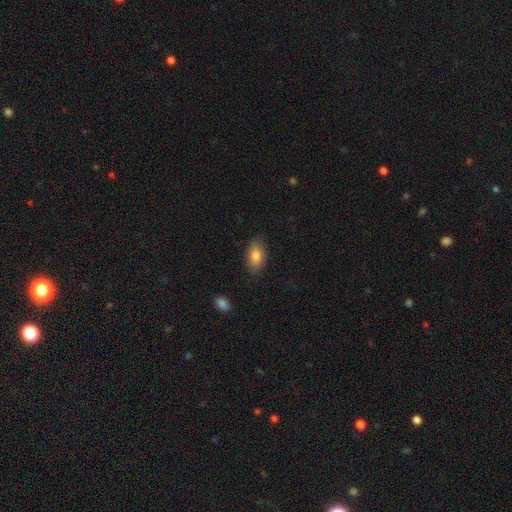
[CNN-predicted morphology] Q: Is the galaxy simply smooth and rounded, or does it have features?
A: smooth — 82%.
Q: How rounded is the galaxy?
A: in between — 89%.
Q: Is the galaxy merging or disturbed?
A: none — 84%.